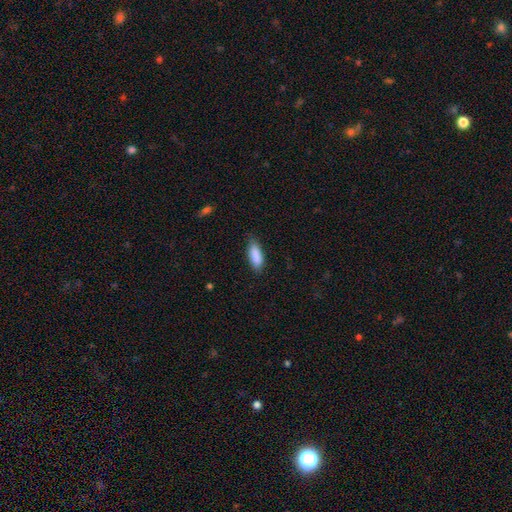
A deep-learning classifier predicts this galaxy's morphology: A smooth galaxy with no disk features (88%) that is in between round and cigar-shaped (69%). Merging: none (75%).